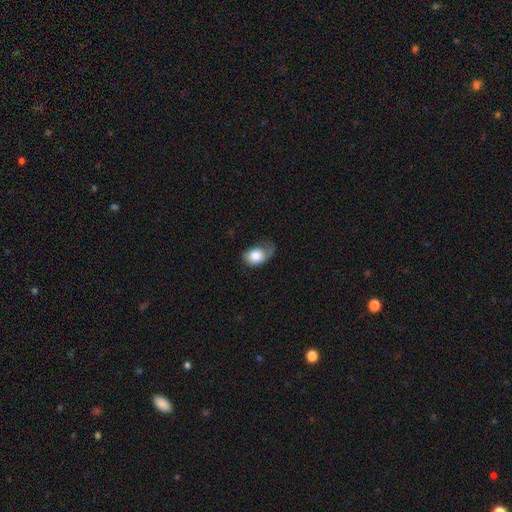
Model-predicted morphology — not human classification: A smooth galaxy with no disk features (74%) that is in between round and cigar-shaped (73%). Merging: minor disturbance (35%).